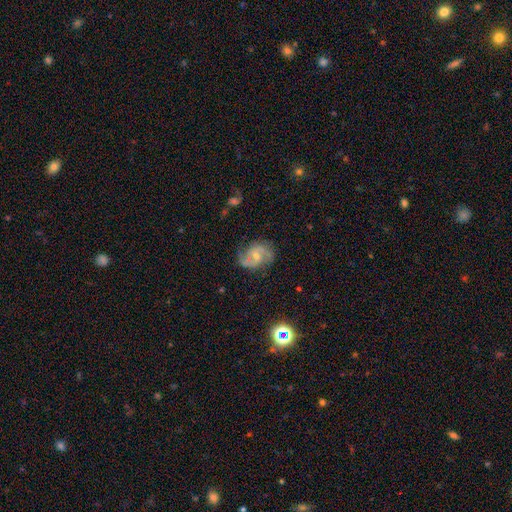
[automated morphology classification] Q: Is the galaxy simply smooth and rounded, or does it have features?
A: featured or disk — 85%.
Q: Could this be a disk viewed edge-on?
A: no — 98%.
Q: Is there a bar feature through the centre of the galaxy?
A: weak — 51%.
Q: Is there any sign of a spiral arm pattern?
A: yes — 96%.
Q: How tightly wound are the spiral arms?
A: medium — 55%.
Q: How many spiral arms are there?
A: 2 — 89%.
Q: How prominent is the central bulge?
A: small — 52%.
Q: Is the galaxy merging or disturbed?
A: none — 76%.